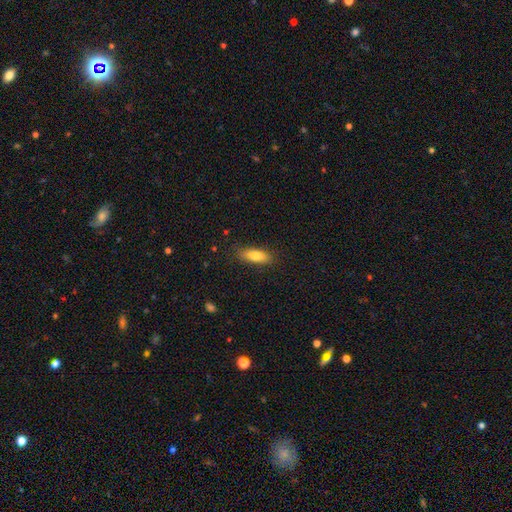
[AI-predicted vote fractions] Smooth or featured? smooth (80%)
How rounded? in between (65%)
Merging? none (83%)